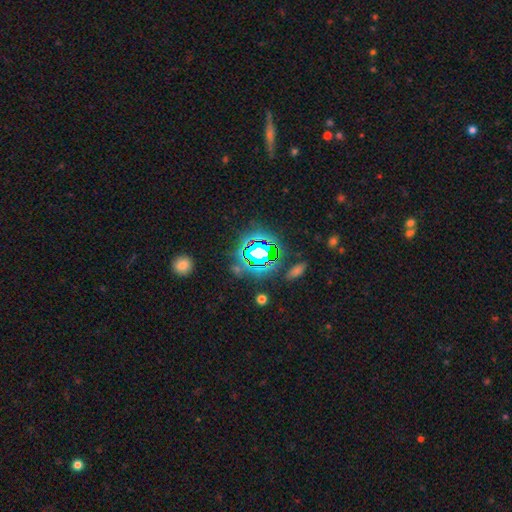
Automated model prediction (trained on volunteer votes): Q: Smooth or featured?
A: star or artifact (76%); runner-up: smooth (14%)